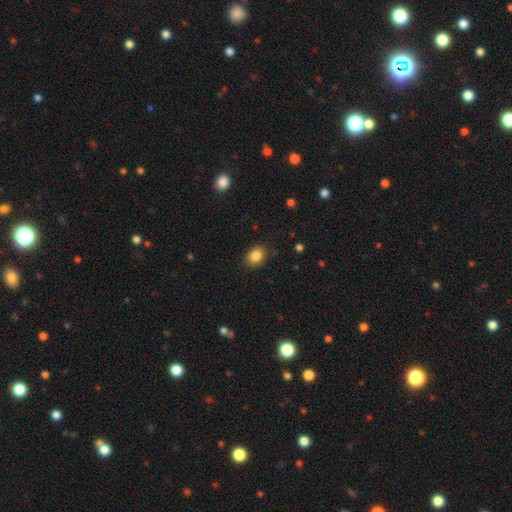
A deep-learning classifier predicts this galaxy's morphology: Overall: smooth (85%). How rounded: in between (57%; round 42%). Merging: none (85%).